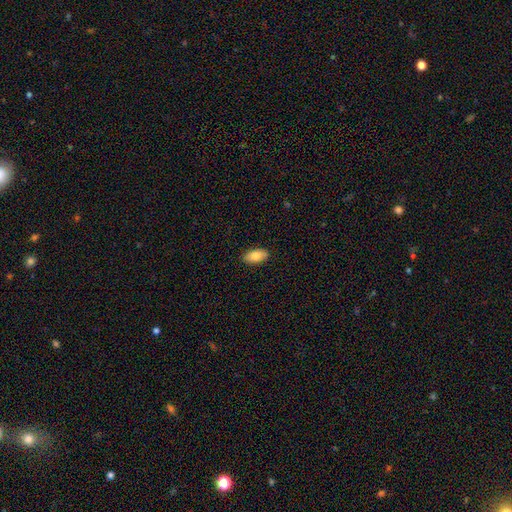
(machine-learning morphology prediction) This appears to be a smooth galaxy with no disk features (82%) that is in between round and cigar-shaped (92%). Merging: none (90%).